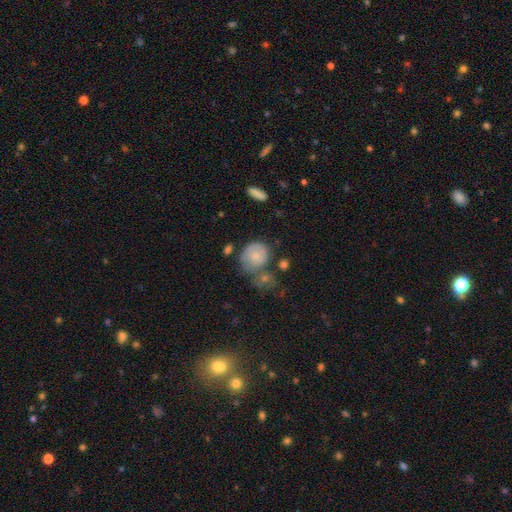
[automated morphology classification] Overall: smooth (68%). How rounded: round (73%). Merging: none (45%; minor disturbance 25%).